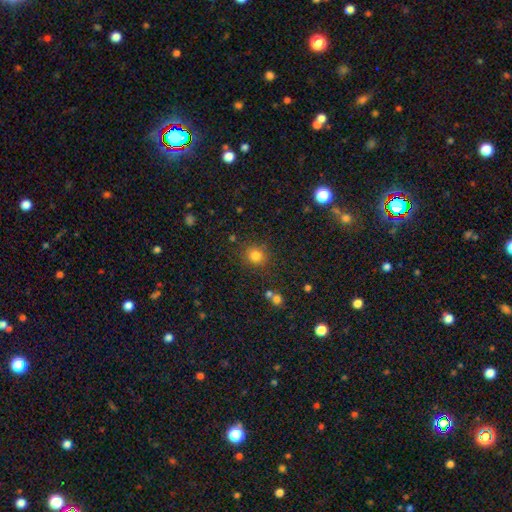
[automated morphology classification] Smooth or featured? Predicted: smooth (p=0.81). How rounded? Predicted: round (p=0.84). Merging? Predicted: none (p=0.82).